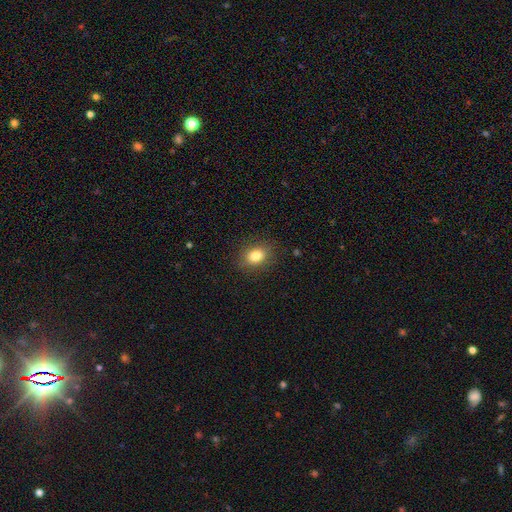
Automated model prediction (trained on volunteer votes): This appears to be a smooth galaxy with no disk features (82%) that is in between round and cigar-shaped (64%). Merging: none (86%).